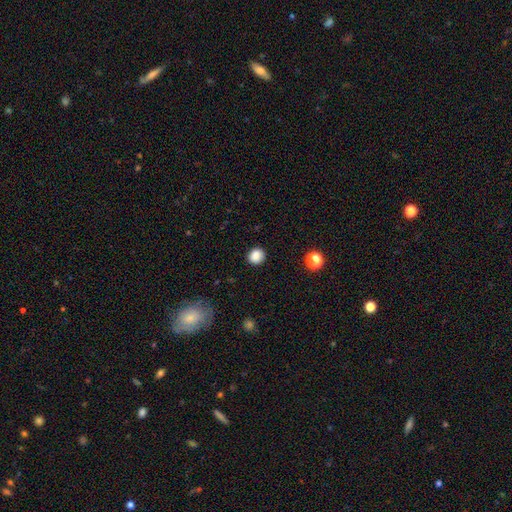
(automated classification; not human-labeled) Q: Smooth or featured?
A: smooth (86%); runner-up: star or artifact (10%)
Q: How rounded?
A: round (82%); runner-up: in between (17%)
Q: Merging?
A: none (89%); runner-up: minor disturbance (7%)